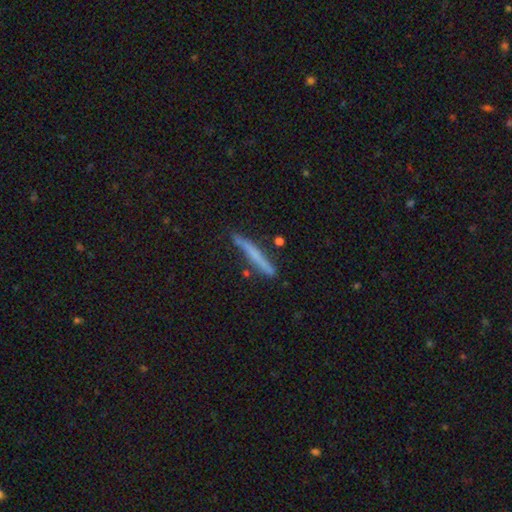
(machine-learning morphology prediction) Smooth or featured?
  - smooth: 56% *
  - featured or disk: 38%
  - star or artifact: 7%
How rounded?
  - cigar-shaped: 96% *
  - in between: 3%
  - round: 2%
Merging?
  - none: 78% *
  - minor disturbance: 16%
  - merger: 4%
  - major disturbance: 3%